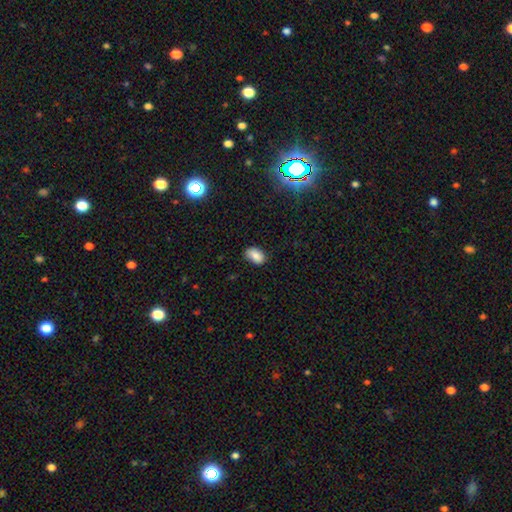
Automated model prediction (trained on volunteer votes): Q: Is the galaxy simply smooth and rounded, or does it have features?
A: smooth — 82%.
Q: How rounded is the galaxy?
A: in between — 87%.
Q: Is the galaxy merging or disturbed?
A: none — 75%.